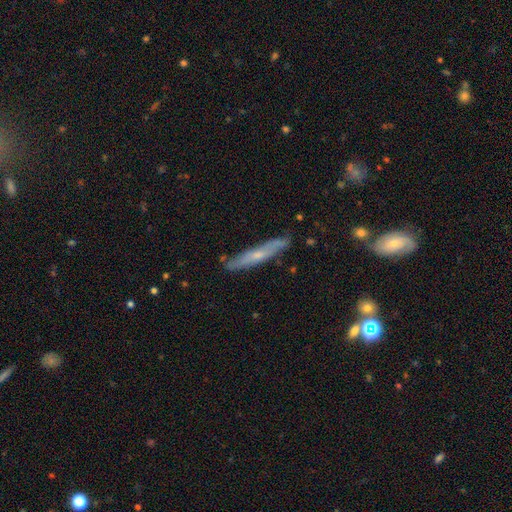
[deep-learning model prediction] This is possibly a featured or disk galaxy (54%). It is clearly viewed edge-on (84%). Merging: clearly none (81%).